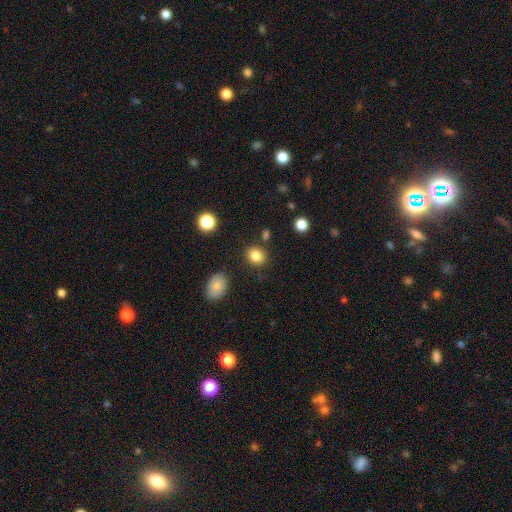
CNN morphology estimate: This appears to be a smooth galaxy with no disk features (83%) that is round (63%). Merging: none (84%).